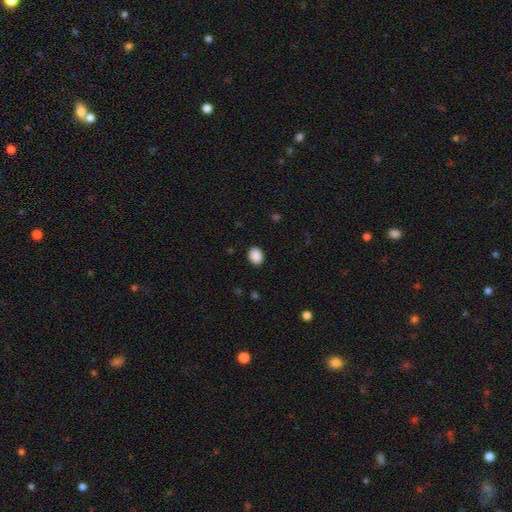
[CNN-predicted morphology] The model was most divided on "how rounded": in between: 57%, round: 42%, cigar-shaped: 1%. More confident: smooth or featured — smooth (89%); merging — none (89%).